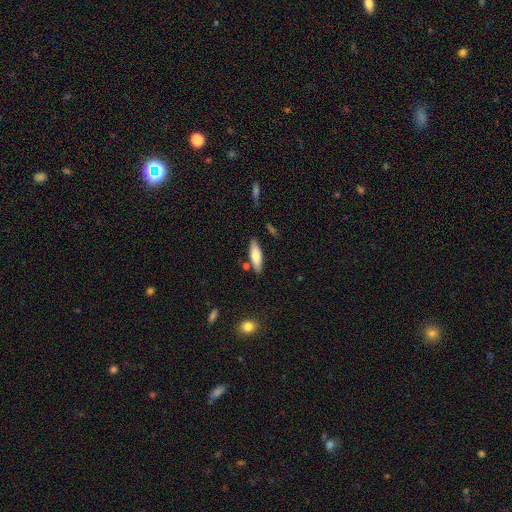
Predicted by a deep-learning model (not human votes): smooth_or_featured: smooth (p=0.73) [alt: featured or disk p=0.21]
how_rounded: in between (p=0.51) [alt: cigar-shaped p=0.47]
merging: none (p=0.81) [alt: minor disturbance p=0.11]